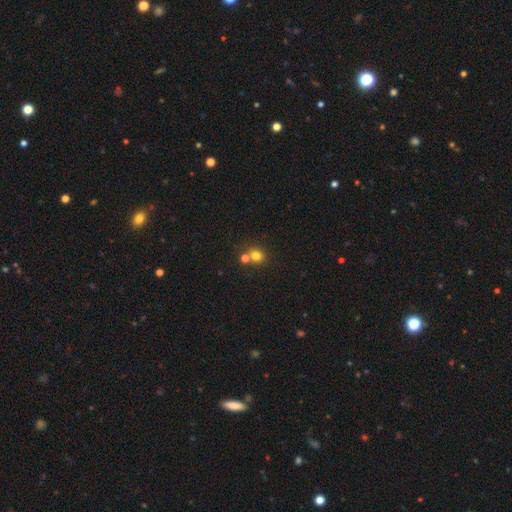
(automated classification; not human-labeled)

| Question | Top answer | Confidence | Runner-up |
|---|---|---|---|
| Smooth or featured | smooth | 77% | star or artifact (15%) |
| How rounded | round | 80% | in between (19%) |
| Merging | none | 59% | merger (31%) |